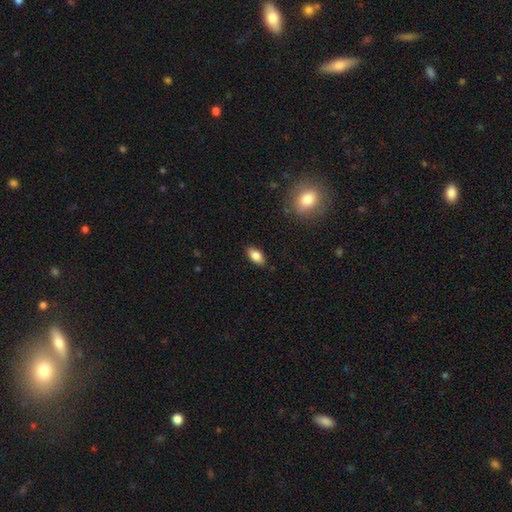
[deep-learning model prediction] Smooth or featured? smooth (82%)
How rounded? in between (90%)
Merging? none (87%)